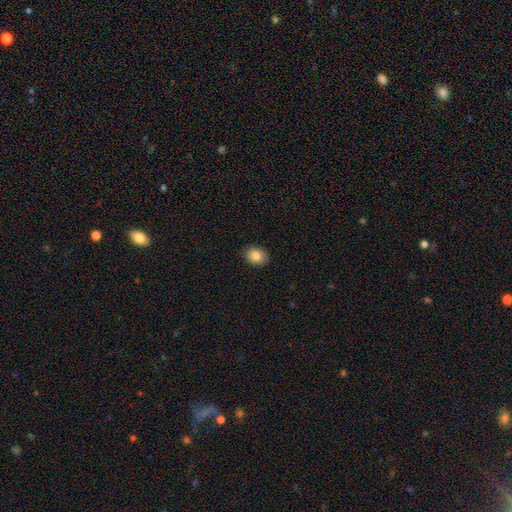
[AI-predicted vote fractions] Morphology: type=smooth (85%); roundness=in between (64%); merging=none (90%).